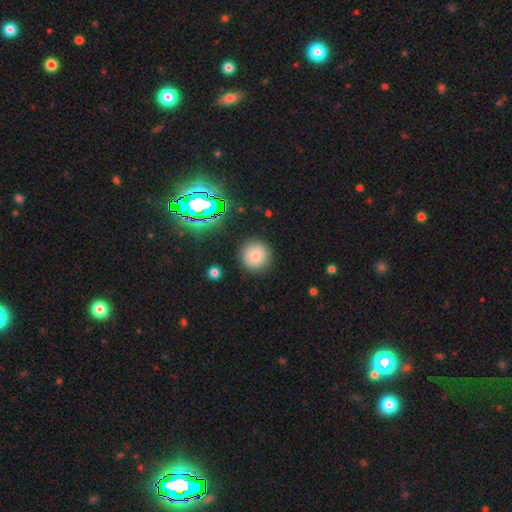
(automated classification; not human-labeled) smooth-or-featured: smooth: 77% | star or artifact: 14% | featured or disk: 9%
  how-rounded: round: 94% | in between: 5% | cigar-shaped: 1%
  merging: none: 90% | minor disturbance: 7% | major disturbance: 2% | merger: 1%